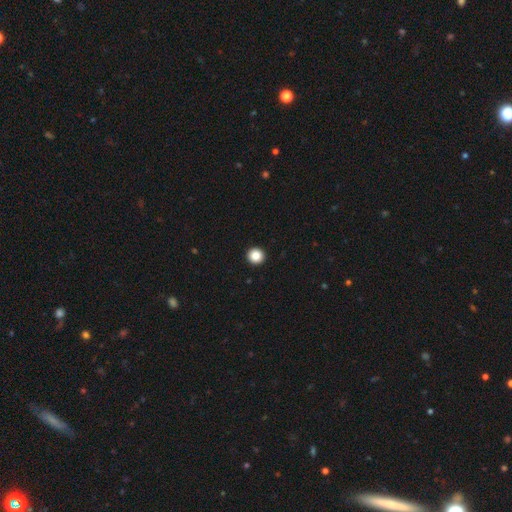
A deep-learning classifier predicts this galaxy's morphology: Smooth or featured: smooth — 86% (star or artifact — 10%)
How rounded: round — 96% (in between — 3%)
Merging: none — 95% (minor disturbance — 3%)